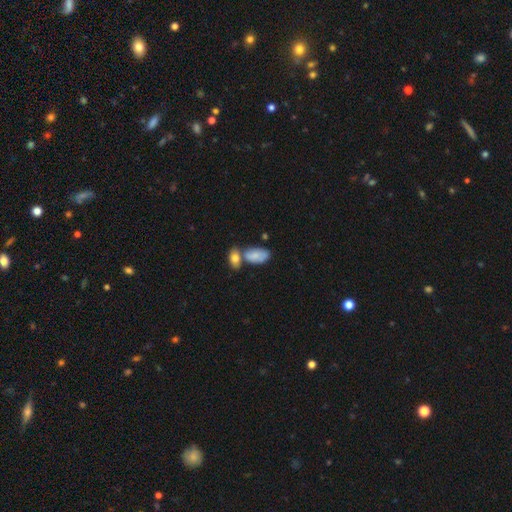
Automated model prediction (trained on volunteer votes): Smooth or featured? Predicted: smooth (p=0.80). How rounded? Predicted: in between (p=0.93). Merging? Predicted: merger (p=0.40).